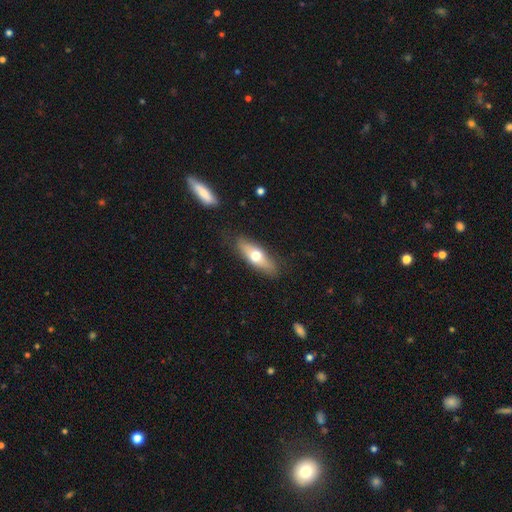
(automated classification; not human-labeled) A smooth galaxy with no disk features (56%) that is in between round and cigar-shaped (54%).

Vote fractions:
- Smooth or featured? smooth: 56% / featured or disk: 38% / star or artifact: 6%
- How rounded? in between: 54% / cigar-shaped: 43% / round: 3%
- Merging? none: 83% / minor disturbance: 13% / major disturbance: 3% / merger: 1%